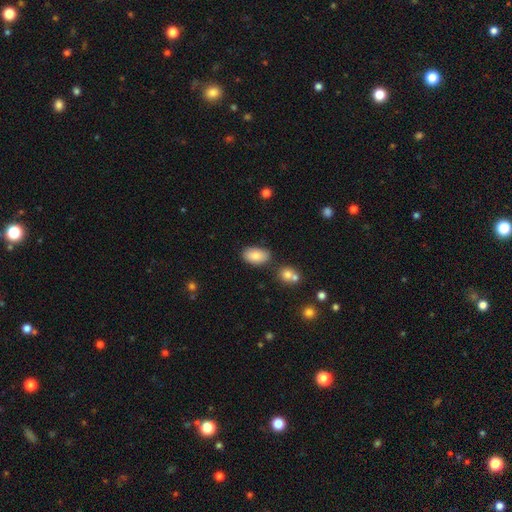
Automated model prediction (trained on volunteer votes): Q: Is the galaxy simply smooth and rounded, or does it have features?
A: smooth — 83%.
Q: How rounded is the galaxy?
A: in between — 93%.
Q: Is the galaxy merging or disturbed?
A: none — 76%.